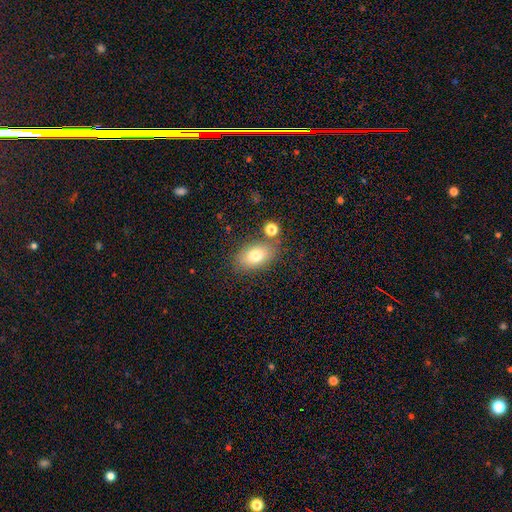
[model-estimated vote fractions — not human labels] Smooth or featured?
  - smooth: 78% *
  - featured or disk: 14%
  - star or artifact: 9%
How rounded?
  - in between: 88% *
  - round: 10%
  - cigar-shaped: 2%
Merging?
  - none: 73% *
  - minor disturbance: 14%
  - merger: 10%
  - major disturbance: 4%